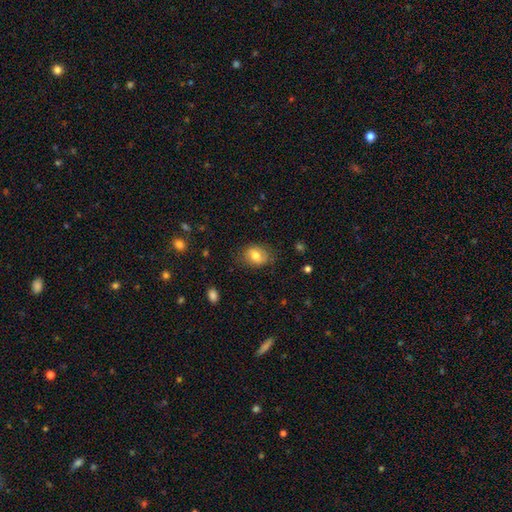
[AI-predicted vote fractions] Smooth or featured? smooth (74%)
How rounded? in between (64%)
Merging? none (75%)